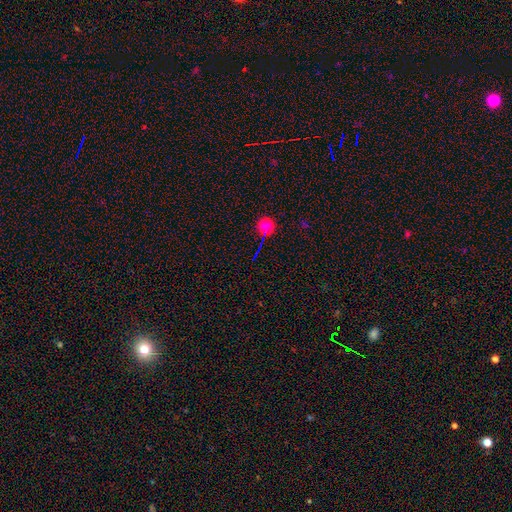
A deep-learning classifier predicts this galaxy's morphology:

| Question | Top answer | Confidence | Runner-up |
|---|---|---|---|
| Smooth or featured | star or artifact | 68% | smooth (22%) |